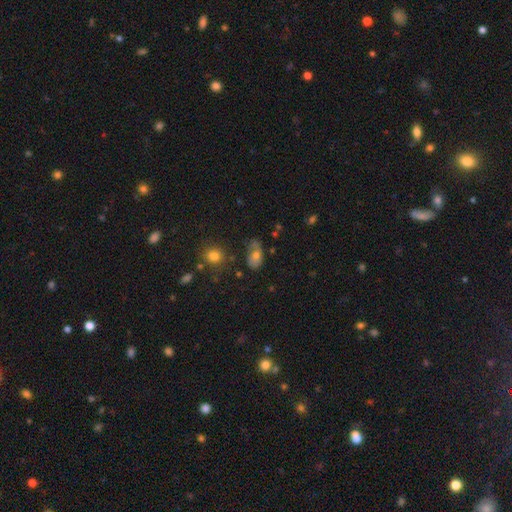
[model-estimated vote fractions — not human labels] Morphology: type=smooth (63%); roundness=in between (83%); merging=none (43%).